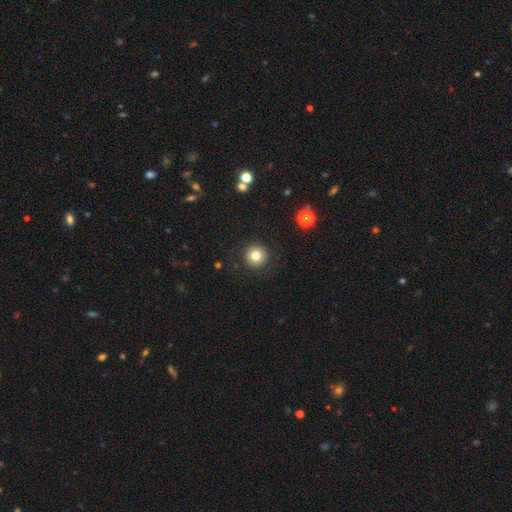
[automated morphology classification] Smooth or featured?
  - smooth: 80% *
  - star or artifact: 11%
  - featured or disk: 9%
How rounded?
  - round: 95% *
  - in between: 4%
  - cigar-shaped: 1%
Merging?
  - none: 90% *
  - minor disturbance: 6%
  - major disturbance: 3%
  - merger: 1%